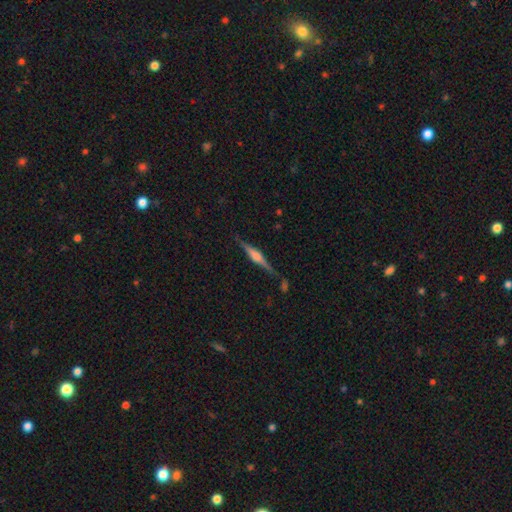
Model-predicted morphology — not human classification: Smooth or featured?
  - featured or disk: 78% *
  - smooth: 15%
  - star or artifact: 6%
Edge-on disk?
  - yes: 98% *
  - no: 2%
Edge-on bulge?
  - rounded: 73% *
  - boxy: 22%
  - none: 5%
Merging?
  - none: 85% *
  - minor disturbance: 10%
  - merger: 3%
  - major disturbance: 2%